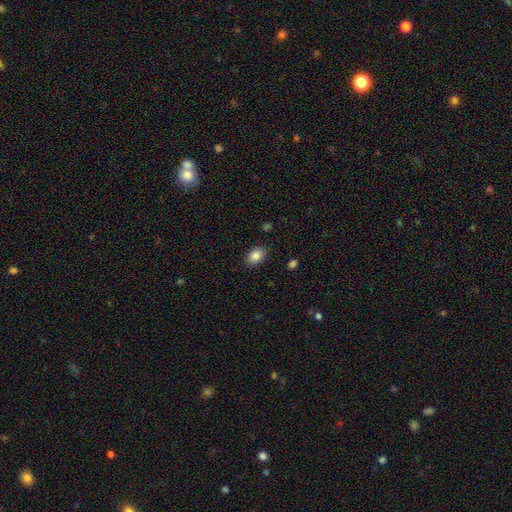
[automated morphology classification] Smooth or featured? Predicted: smooth (p=0.87). How rounded? Predicted: in between (p=0.82). Merging? Predicted: none (p=0.86).